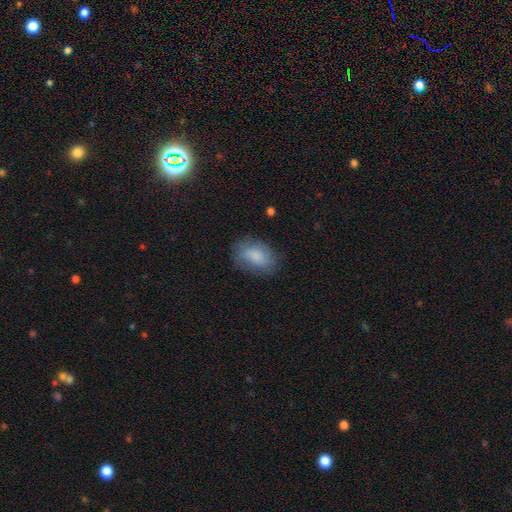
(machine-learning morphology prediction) Smooth or featured? Predicted: smooth (p=0.81). How rounded? Predicted: in between (p=0.88). Merging? Predicted: none (p=0.77).